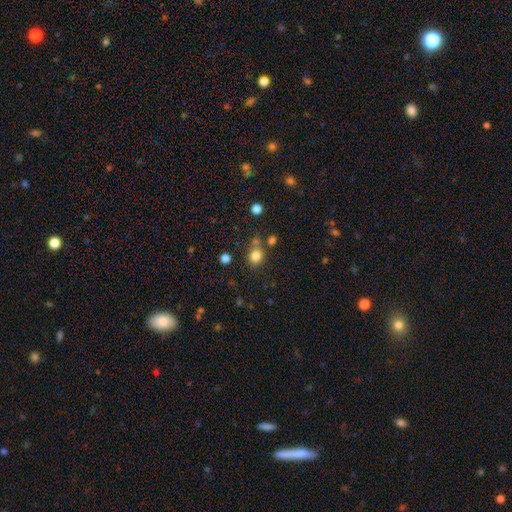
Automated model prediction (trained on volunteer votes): Smooth or featured? Predicted: smooth (p=0.80). How rounded? Predicted: round (p=0.71). Merging? Predicted: none (p=0.66).